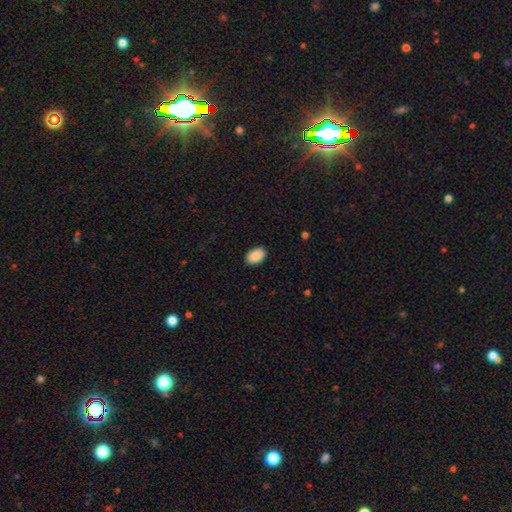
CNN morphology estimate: Q: Smooth or featured?
A: smooth (90%); runner-up: star or artifact (7%)
Q: How rounded?
A: in between (91%); runner-up: round (8%)
Q: Merging?
A: none (90%); runner-up: minor disturbance (8%)